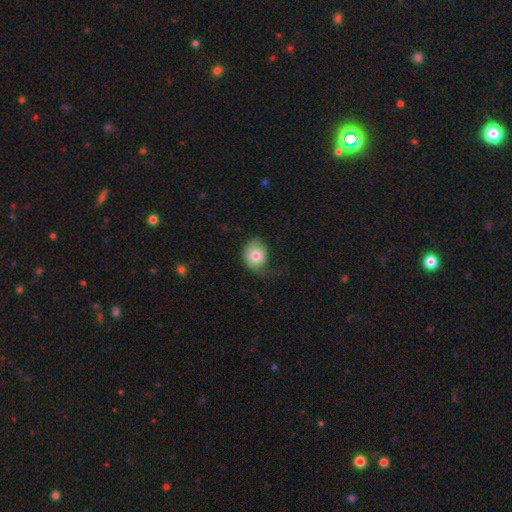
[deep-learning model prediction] This appears to be a smooth galaxy with no disk features (77%) that is round (60%). Merging: none (37%).